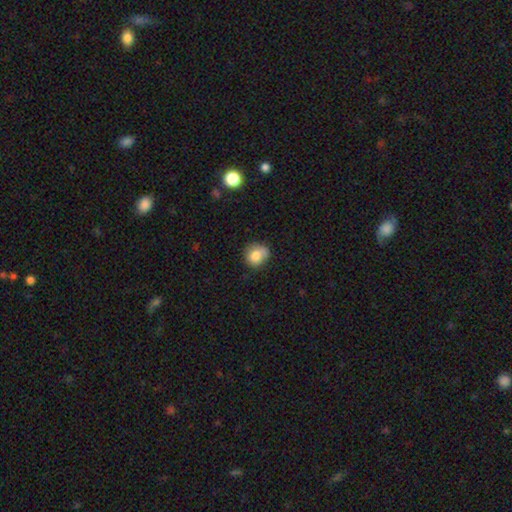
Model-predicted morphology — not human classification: Smooth or featured? smooth (79%)
How rounded? round (81%)
Merging? none (62%)